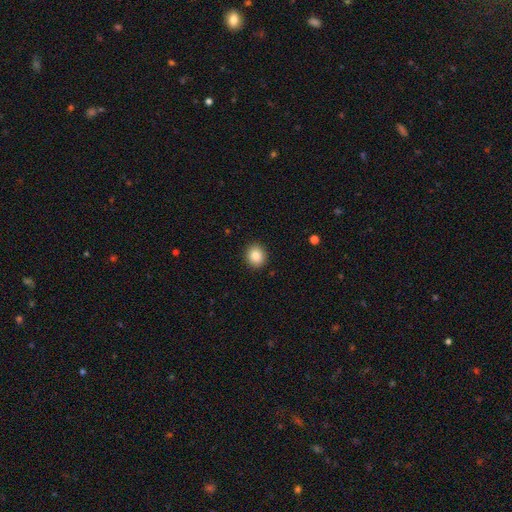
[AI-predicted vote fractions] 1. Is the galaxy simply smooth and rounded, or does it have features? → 87% smooth, 9% star or artifact, 4% featured or disk.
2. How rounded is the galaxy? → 75% round, 24% in between, 1% cigar-shaped.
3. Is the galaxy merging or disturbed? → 91% none, 6% minor disturbance, 2% major disturbance, 1% merger.